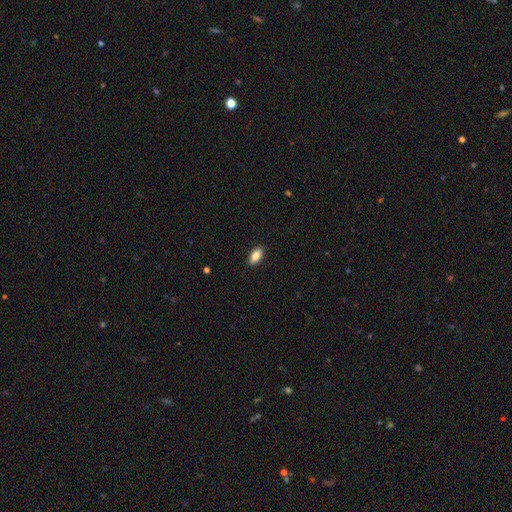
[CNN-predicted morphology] A smooth galaxy with no disk features (85%) that is in between round and cigar-shaped (89%).

Vote fractions:
- Smooth or featured? smooth: 85% / featured or disk: 8% / star or artifact: 7%
- How rounded? in between: 89% / cigar-shaped: 9% / round: 3%
- Merging? none: 89% / minor disturbance: 8% / major disturbance: 2% / merger: 1%